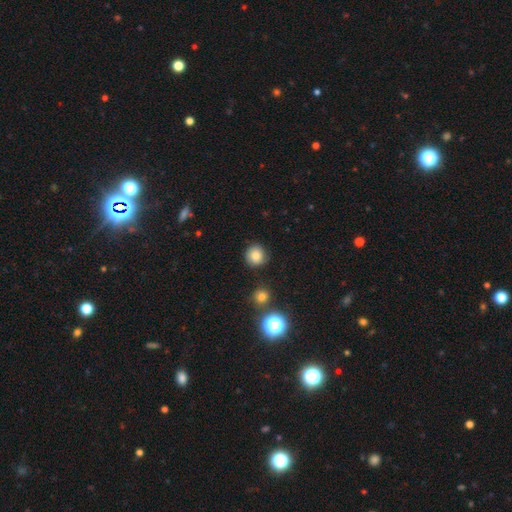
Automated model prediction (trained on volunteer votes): Smooth or featured? Predicted: smooth (p=0.82). How rounded? Predicted: round (p=0.91). Merging? Predicted: none (p=0.86).